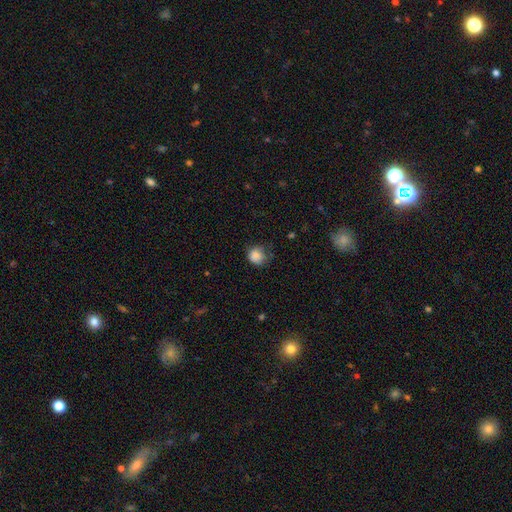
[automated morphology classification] smooth 85%, star or artifact 9%, featured or disk 6%. Down the decision tree: how rounded — round (82%); merging — none (59%).